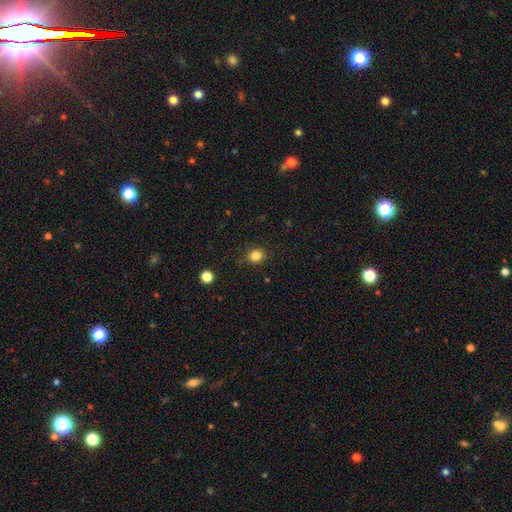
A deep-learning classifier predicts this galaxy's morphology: Overall: smooth (83%). How rounded: round (77%). Merging: none (84%).